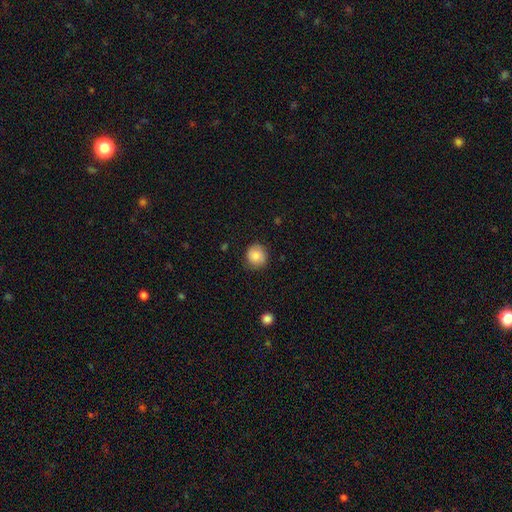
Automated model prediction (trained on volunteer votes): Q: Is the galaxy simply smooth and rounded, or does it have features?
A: smooth — 83%.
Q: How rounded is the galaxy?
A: round — 89%.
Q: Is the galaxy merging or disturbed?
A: none — 82%.